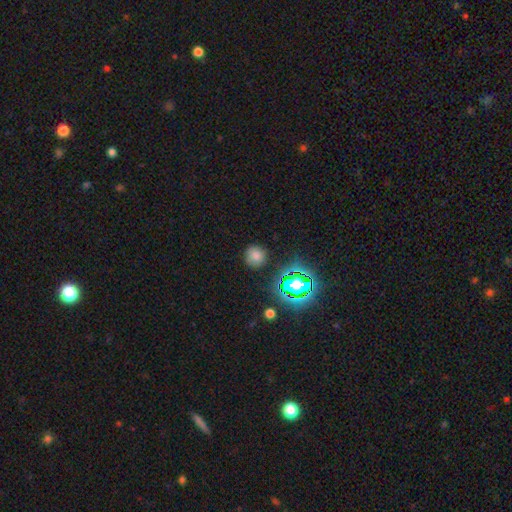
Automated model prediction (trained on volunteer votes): The model was most divided on "smooth or featured": smooth: 71%, star or artifact: 21%, featured or disk: 8%. More confident: how rounded — round (91%); merging — none (85%).